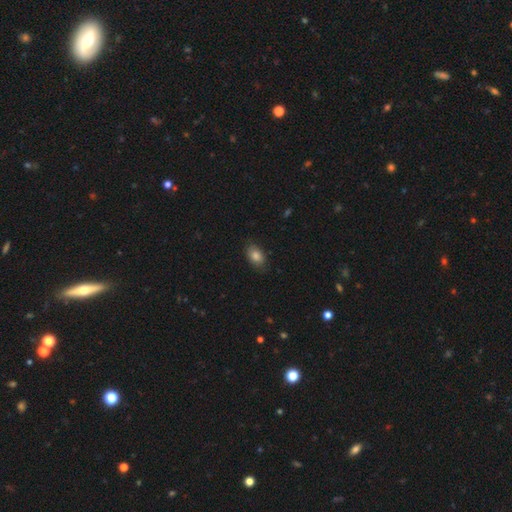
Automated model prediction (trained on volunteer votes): smooth_or_featured: smooth (p=0.84) [alt: featured or disk p=0.08]
how_rounded: in between (p=0.88) [alt: round p=0.11]
merging: none (p=0.81) [alt: minor disturbance p=0.15]